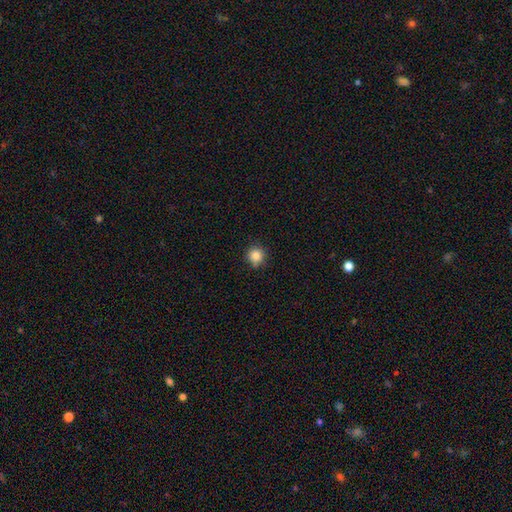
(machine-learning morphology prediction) The model was most divided on "merging": none: 81%, minor disturbance: 14%, major disturbance: 2%, merger: 2%. More confident: how rounded — round (91%); smooth or featured — smooth (85%).